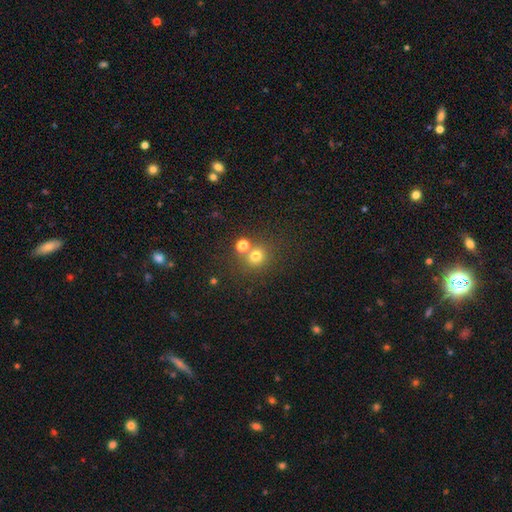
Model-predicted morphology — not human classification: This is likely a smooth galaxy (74%). How rounded: clearly round (86%). Merging: likely none (68%).